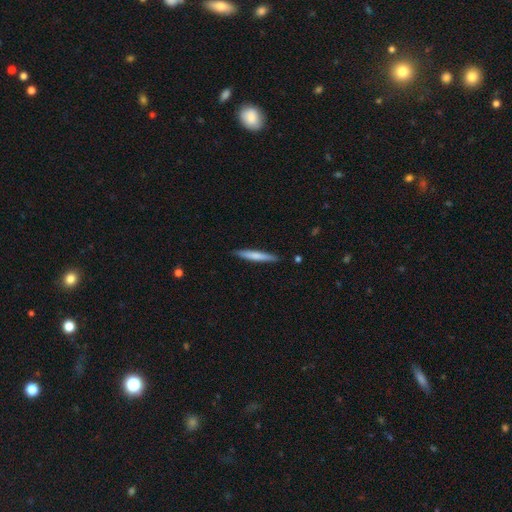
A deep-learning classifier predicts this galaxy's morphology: Smooth or featured? Predicted: smooth (p=0.68). How rounded? Predicted: cigar-shaped (p=0.95). Merging? Predicted: none (p=0.89).